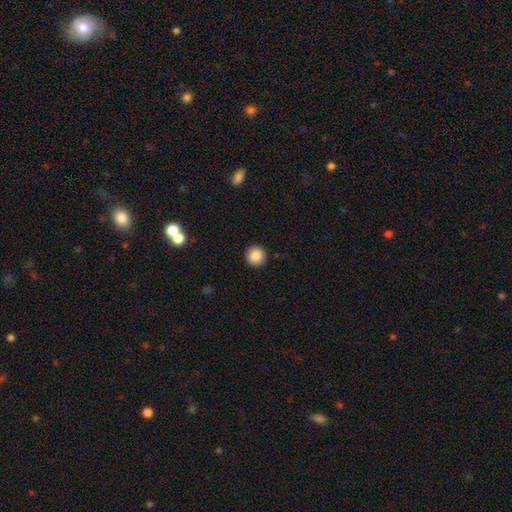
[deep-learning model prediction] Overall: smooth (87%). How rounded: round (95%). Merging: none (92%).